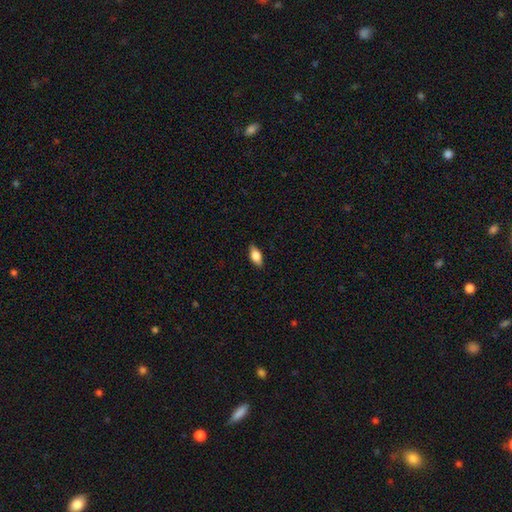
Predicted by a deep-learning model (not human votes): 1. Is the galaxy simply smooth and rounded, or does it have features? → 71% smooth, 22% featured or disk, 7% star or artifact.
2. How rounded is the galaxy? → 84% in between, 13% cigar-shaped, 4% round.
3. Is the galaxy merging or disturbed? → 87% none, 10% minor disturbance, 2% major disturbance, 1% merger.